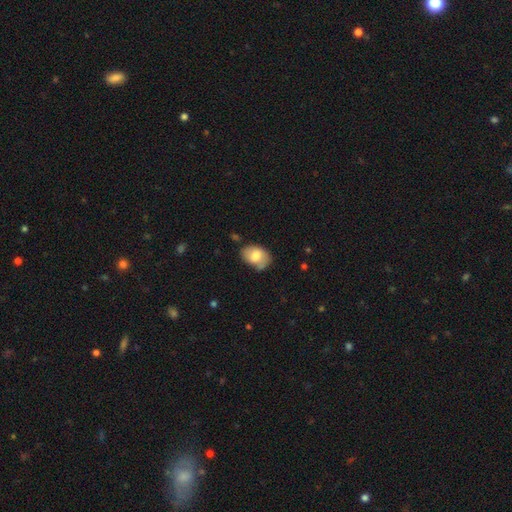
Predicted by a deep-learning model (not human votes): The model was most divided on "merging": none: 56%, minor disturbance: 30%, major disturbance: 8%, merger: 6%. More confident: how rounded — in between (81%); smooth or featured — smooth (70%).